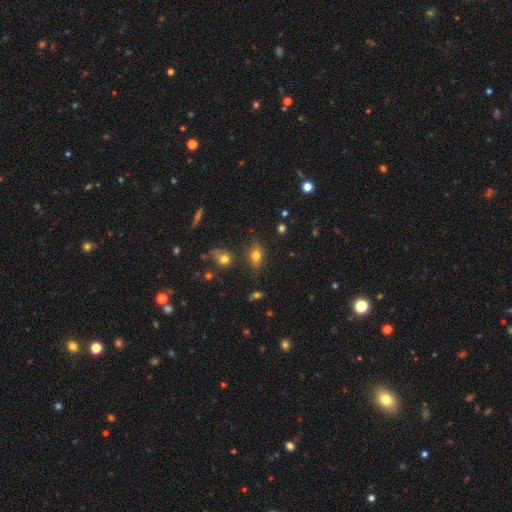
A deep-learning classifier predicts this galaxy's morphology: The model was most divided on "smooth or featured": smooth: 64%, featured or disk: 22%, star or artifact: 14%. More confident: how rounded — in between (73%); merging — none (72%).